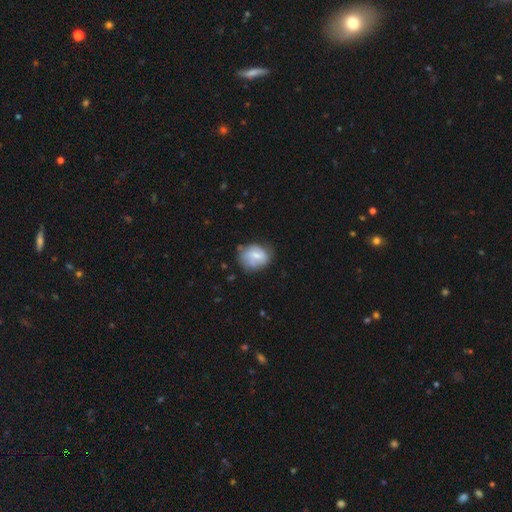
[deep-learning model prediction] This appears to be a smooth galaxy with no disk features (61%) that is round (54%). Merging: none (57%).